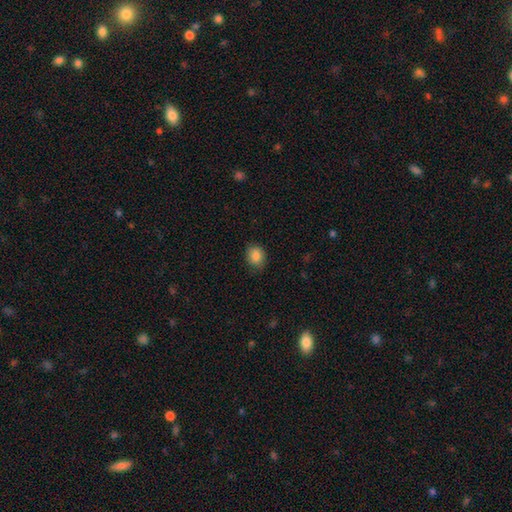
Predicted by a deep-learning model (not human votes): Overall: smooth (86%). How rounded: round (53%; in between 46%). Merging: none (79%).